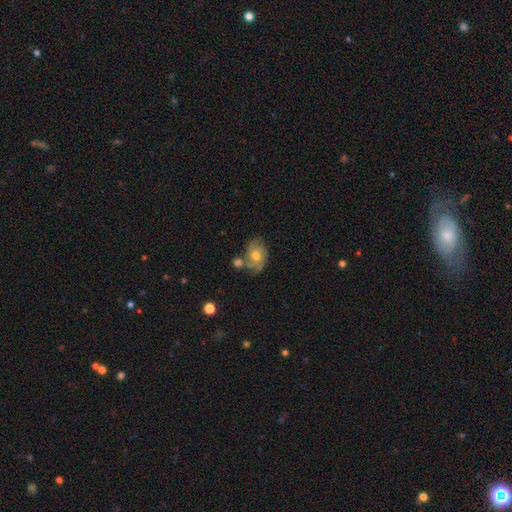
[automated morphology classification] This appears to be a featured or disk galaxy (57%) with no bar (70%), spiral arms (82%) and a moderate central bulge (73%). Merging: none (49%).